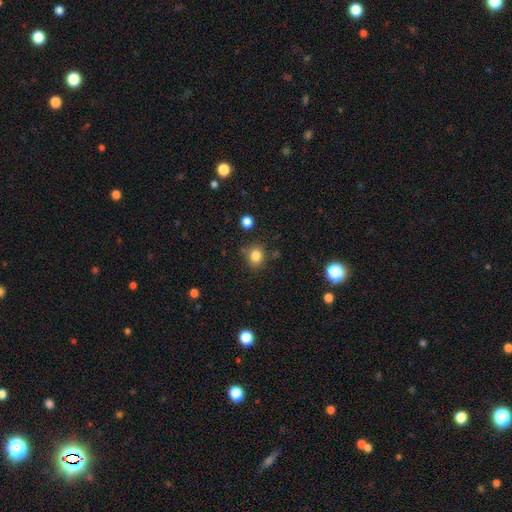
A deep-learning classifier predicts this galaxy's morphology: type=smooth (82%); roundness=round (74%); merging=none (78%).